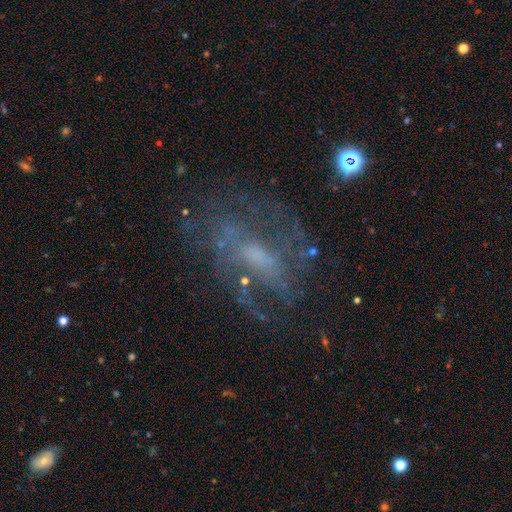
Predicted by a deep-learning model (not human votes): Overall: featured or disk (73%). Edge-on disk: no (94%). Bar: no (45%; weak 42%). Spiral arms: yes (72%). Bulge size: small (38%; moderate 34%). Merging: none (59%; major disturbance 20%).